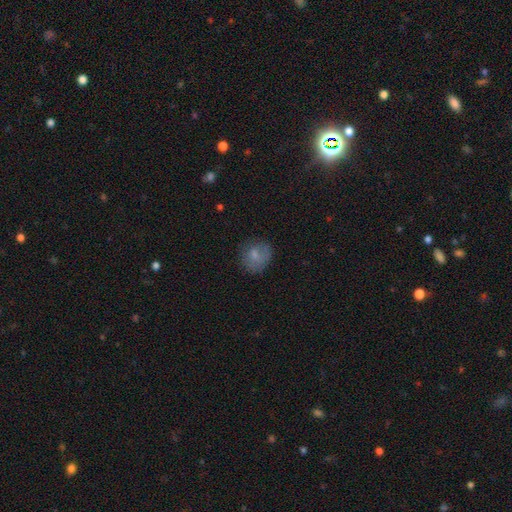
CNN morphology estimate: smooth_or_featured: smooth (p=0.74) [alt: featured or disk p=0.16]
how_rounded: round (p=0.71) [alt: in between p=0.28]
merging: none (p=0.65) [alt: minor disturbance p=0.22]